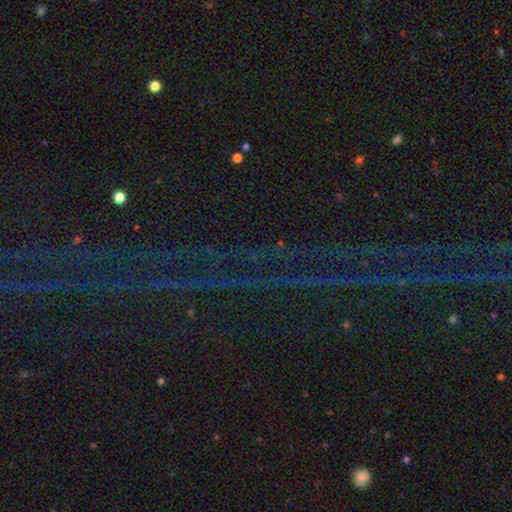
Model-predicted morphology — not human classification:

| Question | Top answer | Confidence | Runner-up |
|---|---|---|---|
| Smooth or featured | star or artifact | 83% | featured or disk (9%) |